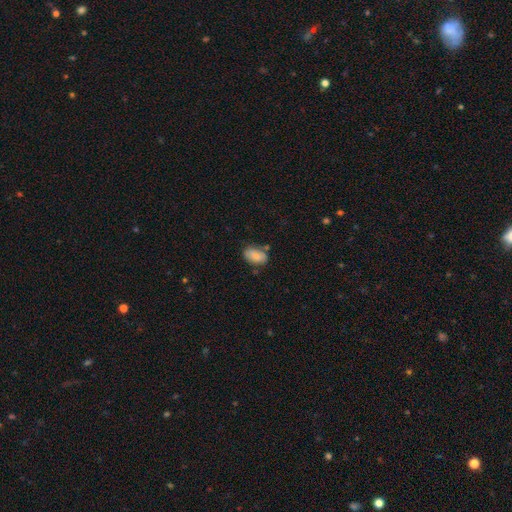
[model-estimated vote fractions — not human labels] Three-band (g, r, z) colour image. It shows a smooth galaxy with no disk features (80%) that is in between round and cigar-shaped (92%). Merging: none (70%).